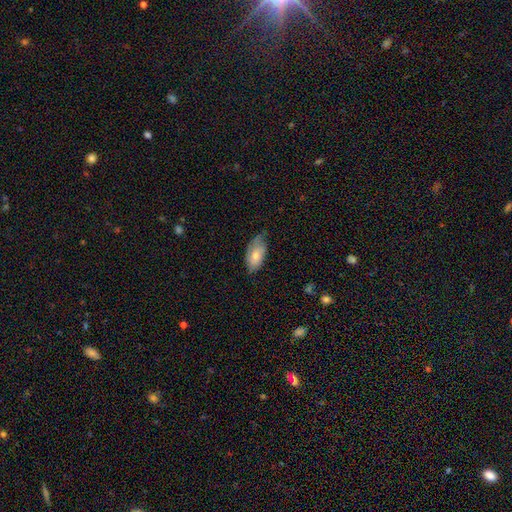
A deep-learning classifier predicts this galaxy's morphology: Smooth or featured? Predicted: smooth (p=0.65). How rounded? Predicted: in between (p=0.93). Merging? Predicted: none (p=0.50).